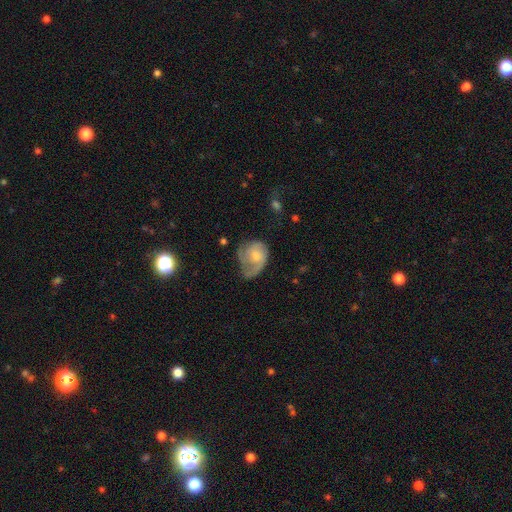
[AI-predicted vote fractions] smooth-or-featured: featured or disk: 53% | smooth: 40% | star or artifact: 7%
  disk-edge-on: no: 97% | yes: 3%
    bar: no: 75% | weak: 22% | strong: 3%
    has-spiral-arms: yes: 78% | no: 22%
    bulge-size: small: 45% | moderate: 42% | none: 7% | large: 5% | dominant: 1%
  merging: major disturbance: 34% | none: 32% | minor disturbance: 32% | merger: 2%